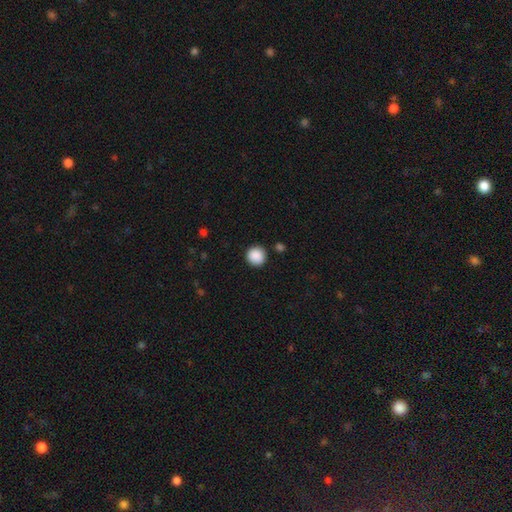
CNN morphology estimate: Smooth or featured? smooth (89%)
How rounded? round (94%)
Merging? none (90%)